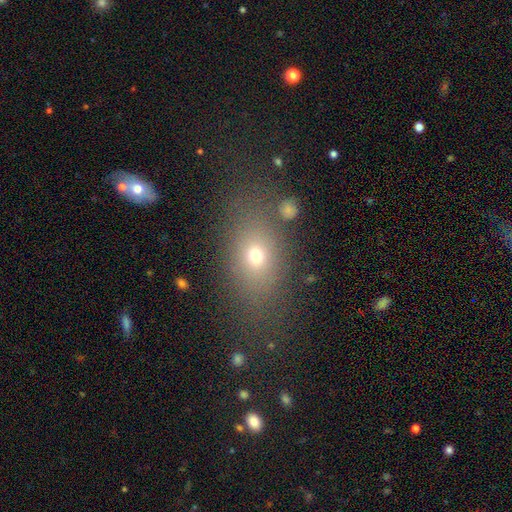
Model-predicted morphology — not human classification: This is likely a smooth galaxy (67%). How rounded: likely in between (69%). Merging: likely none (71%).